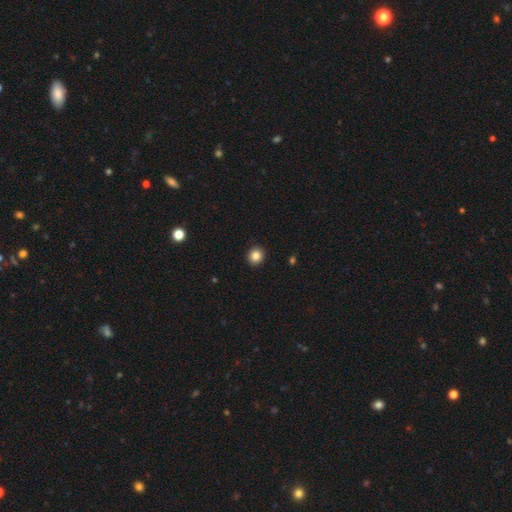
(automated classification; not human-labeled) This appears to be a smooth galaxy with no disk features (85%) that is round (87%). Merging: none (93%).